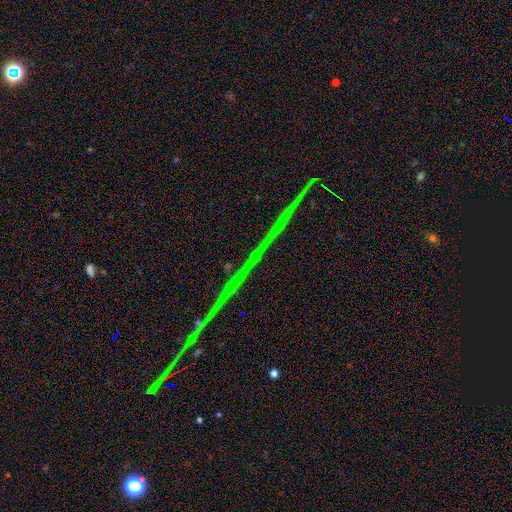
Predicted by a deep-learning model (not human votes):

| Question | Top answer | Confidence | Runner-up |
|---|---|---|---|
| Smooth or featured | star or artifact | 78% | featured or disk (15%) |